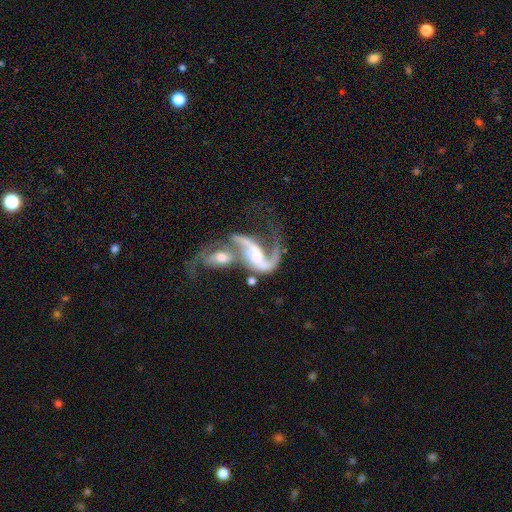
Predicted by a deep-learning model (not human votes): The model was most divided on "bulge size": moderate: 36%, small: 31%, none: 22%, large: 10%, dominant: 2%. Remaining: edge-on disk — no (96%); spiral arms — yes (92%); smooth or featured — featured or disk (84%); spiral arm count — 2 (71%); merging — merger (67%); spiral winding — loose (66%); bar — no (44%).